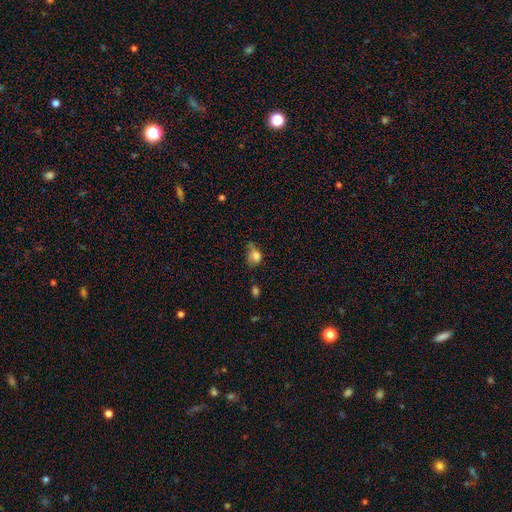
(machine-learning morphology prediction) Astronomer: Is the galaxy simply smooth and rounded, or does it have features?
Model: smooth — 79%.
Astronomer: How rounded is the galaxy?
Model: in between — 52% (runner-up: round, 47%).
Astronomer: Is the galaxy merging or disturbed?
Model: minor disturbance — 38%, tied with none at 38%.